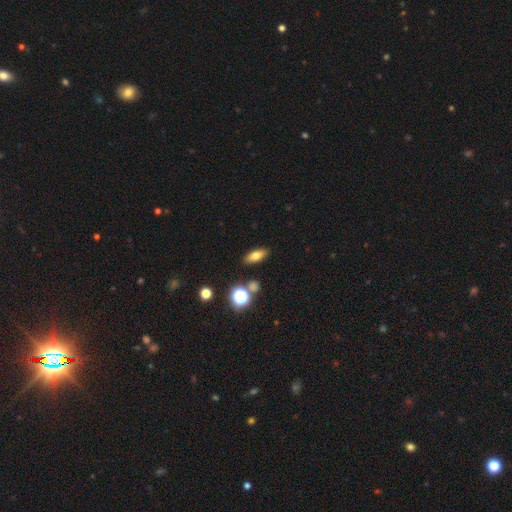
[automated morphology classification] A smooth galaxy with no disk features (70%) that is in between round and cigar-shaped (68%). Merging: none (86%).